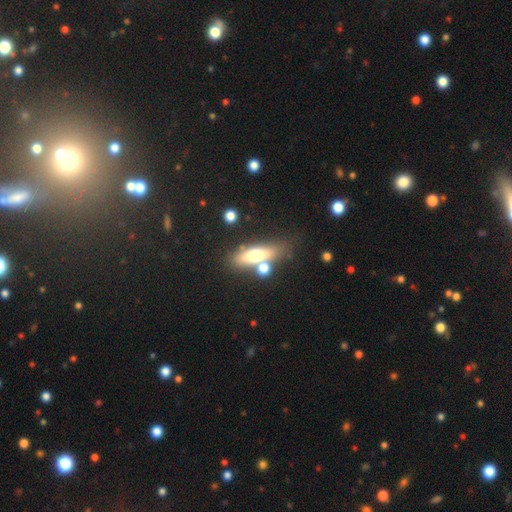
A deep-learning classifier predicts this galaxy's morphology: This is possibly a smooth galaxy (57%). How rounded: possibly in between (47%, tied with cigar-shaped). Merging: possibly none (57%).